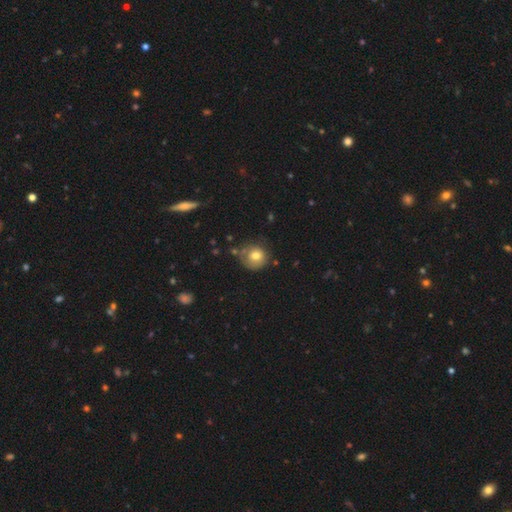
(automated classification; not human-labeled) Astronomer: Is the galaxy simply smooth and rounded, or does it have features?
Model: smooth — 72%.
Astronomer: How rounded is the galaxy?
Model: round — 87%.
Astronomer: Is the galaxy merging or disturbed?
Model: none — 59%.